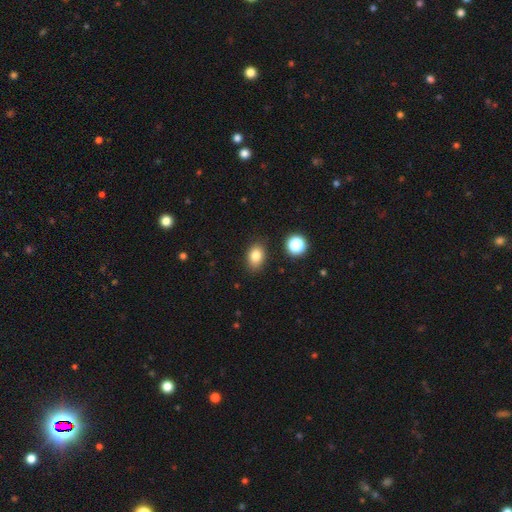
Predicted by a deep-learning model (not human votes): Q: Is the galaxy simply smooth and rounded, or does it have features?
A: smooth — 82%.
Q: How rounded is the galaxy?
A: in between — 75%.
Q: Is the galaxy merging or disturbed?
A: none — 85%.